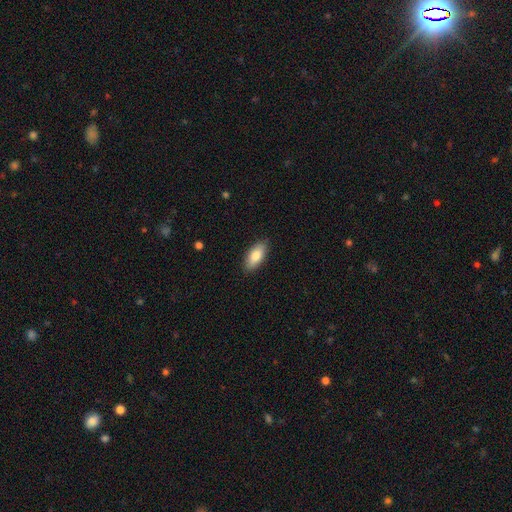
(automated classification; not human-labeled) Overall: smooth (83%). How rounded: in between (89%). Merging: none (89%).